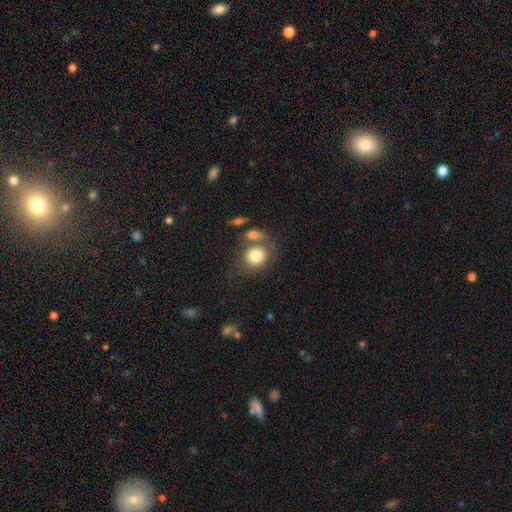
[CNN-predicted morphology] type=smooth (80%); roundness=round (78%); merging=none (57%).